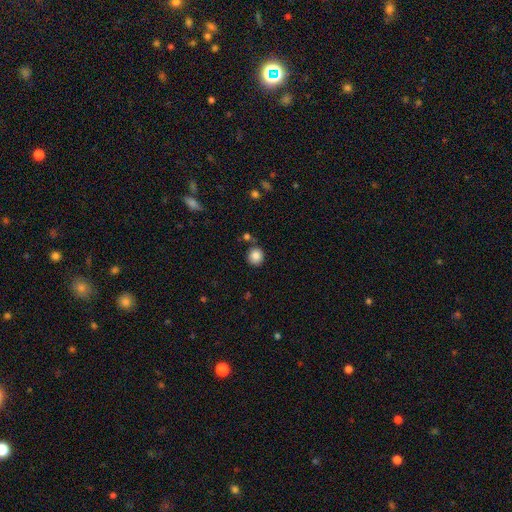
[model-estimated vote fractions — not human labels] Smooth or featured: smooth — 85% (star or artifact — 9%)
How rounded: round — 87% (in between — 12%)
Merging: none — 79% (minor disturbance — 11%)